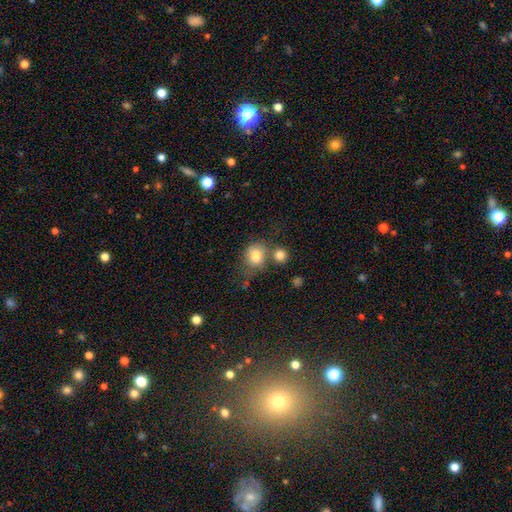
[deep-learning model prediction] Smooth or featured?
  - smooth: 80% *
  - star or artifact: 10%
  - featured or disk: 9%
How rounded?
  - round: 71% *
  - in between: 28%
  - cigar-shaped: 1%
Merging?
  - none: 54% *
  - merger: 25%
  - minor disturbance: 15%
  - major disturbance: 6%